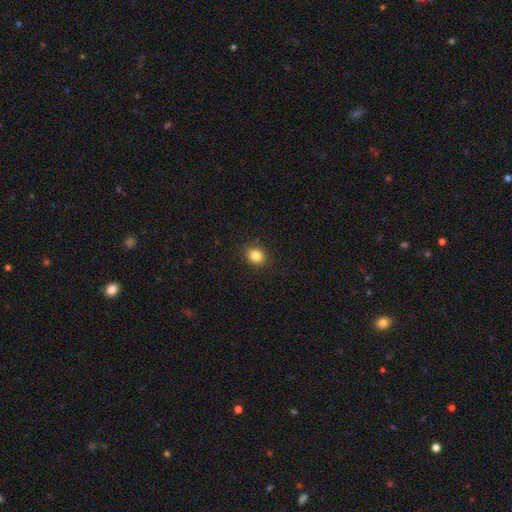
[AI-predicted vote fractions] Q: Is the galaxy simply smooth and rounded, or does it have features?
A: smooth — 84%.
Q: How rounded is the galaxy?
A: round — 55%.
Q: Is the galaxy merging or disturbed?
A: none — 89%.